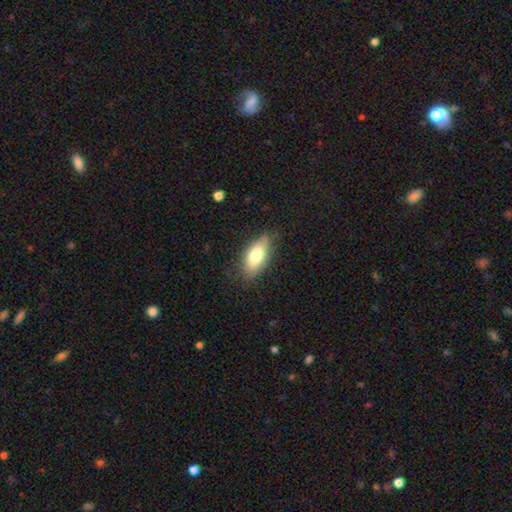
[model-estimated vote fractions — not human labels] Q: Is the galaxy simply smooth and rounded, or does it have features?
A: smooth — 75%.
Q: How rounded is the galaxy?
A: in between — 84%.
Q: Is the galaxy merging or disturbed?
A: none — 78%.